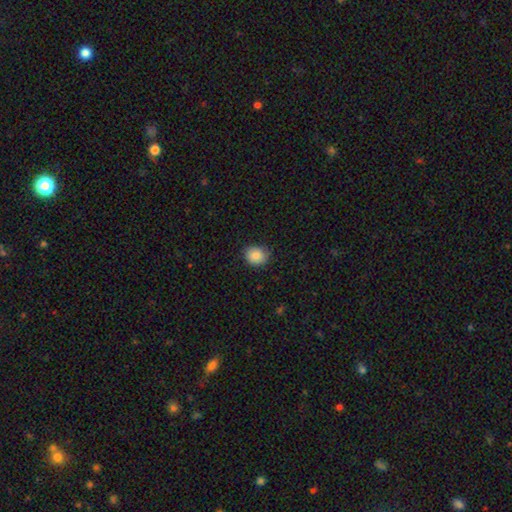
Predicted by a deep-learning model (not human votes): Smooth or featured? Predicted: smooth (p=0.87). How rounded? Predicted: round (p=0.69). Merging? Predicted: none (p=0.81).